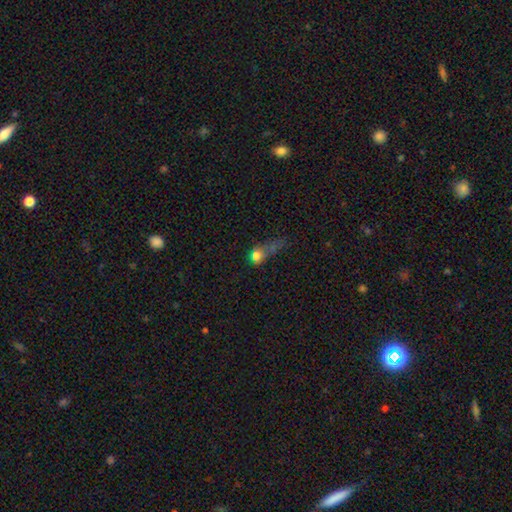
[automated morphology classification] Smooth or featured: smooth — 58% (star or artifact — 27%)
How rounded: round — 50% (in between — 41%)
Merging: major disturbance — 32% (none — 31%)